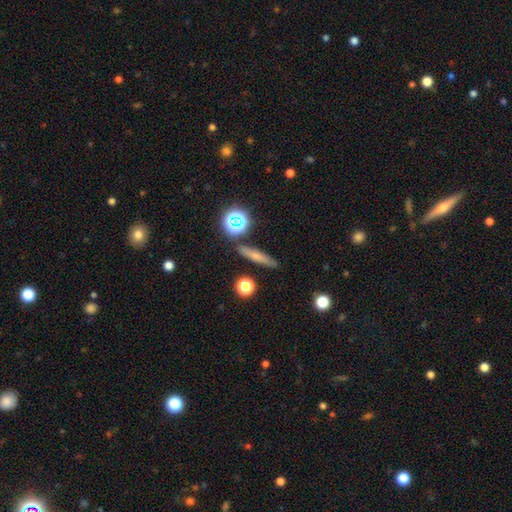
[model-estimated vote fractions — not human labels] smooth_or_featured: smooth (p=0.60) [alt: featured or disk p=0.26]
how_rounded: cigar-shaped (p=0.79) [alt: in between p=0.11]
merging: none (p=0.85) [alt: minor disturbance p=0.09]